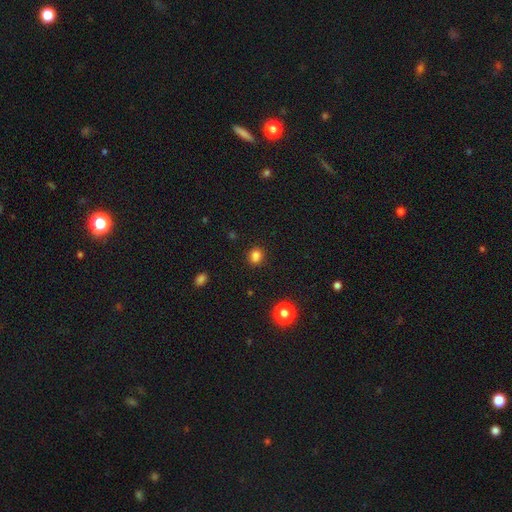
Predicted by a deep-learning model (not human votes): smooth_or_featured: smooth (p=0.81) [alt: star or artifact p=0.14]
how_rounded: round (p=0.68) [alt: in between p=0.31]
merging: none (p=0.78) [alt: minor disturbance p=0.12]